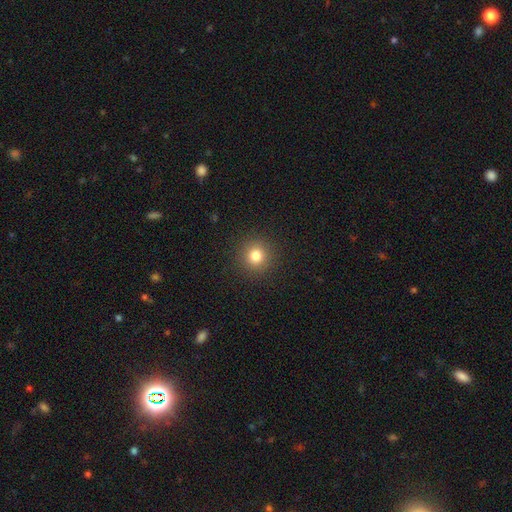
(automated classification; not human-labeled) This is clearly a smooth galaxy (81%). How rounded: clearly round (93%). Merging: clearly none (92%).